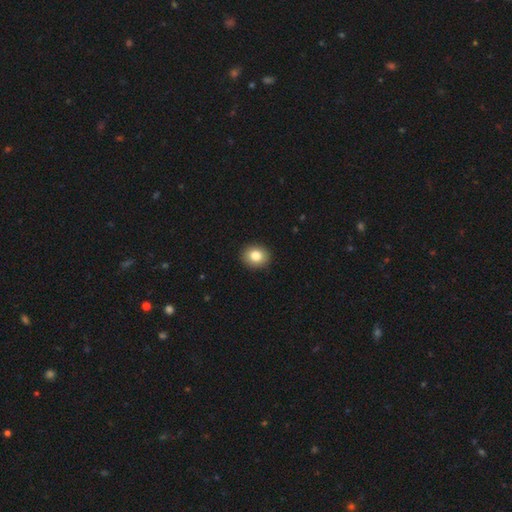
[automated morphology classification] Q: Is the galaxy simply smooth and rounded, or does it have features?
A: smooth — 83%.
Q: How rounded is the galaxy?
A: round — 69%.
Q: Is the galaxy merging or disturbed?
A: none — 92%.